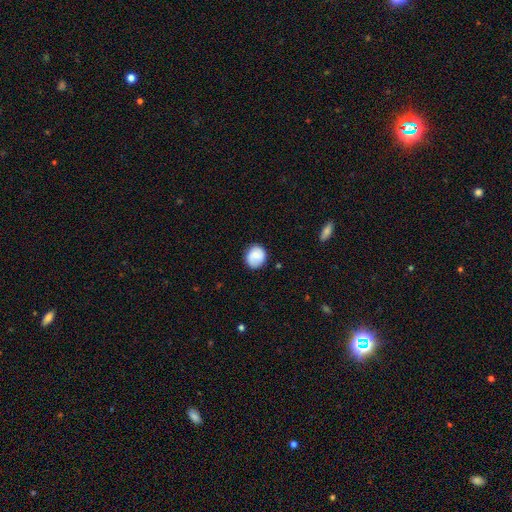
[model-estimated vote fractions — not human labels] smooth 77%, featured or disk 15%, star or artifact 7%. Down the decision tree: how rounded — round (85%); merging — none (84%).